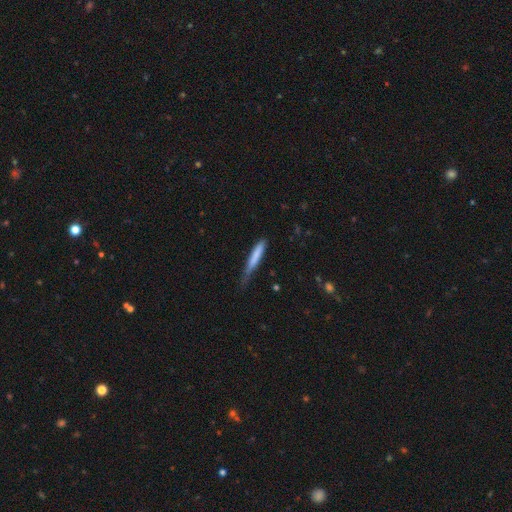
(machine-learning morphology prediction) Smooth or featured?
  - smooth: 74% *
  - featured or disk: 20%
  - star or artifact: 6%
How rounded?
  - cigar-shaped: 93% *
  - in between: 5%
  - round: 1%
Merging?
  - none: 52% *
  - minor disturbance: 36%
  - major disturbance: 10%
  - merger: 2%